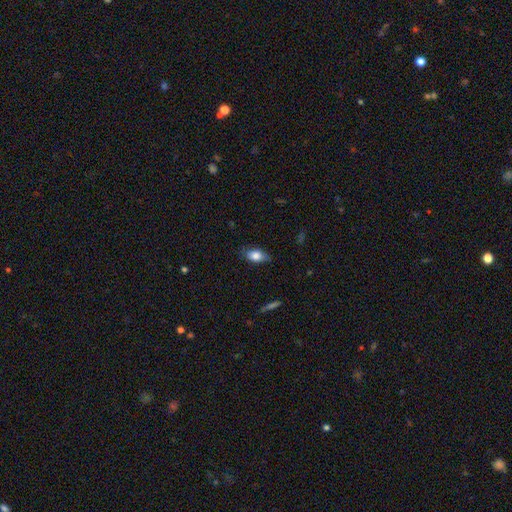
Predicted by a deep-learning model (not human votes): Smooth or featured: smooth — 80% (featured or disk — 13%)
How rounded: in between — 87% (round — 7%)
Merging: none — 76% (minor disturbance — 19%)